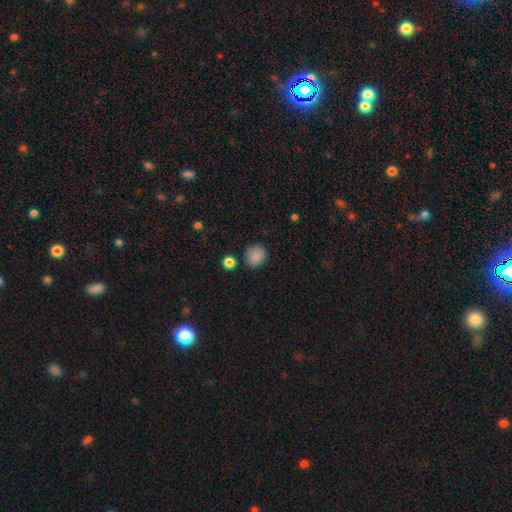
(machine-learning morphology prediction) A smooth galaxy with no disk features (86%) that is round (79%).

Vote fractions:
- Smooth or featured? smooth: 86% / star or artifact: 9% / featured or disk: 5%
- How rounded? round: 79% / in between: 20% / cigar-shaped: 1%
- Merging? none: 82% / minor disturbance: 12% / merger: 4% / major disturbance: 3%